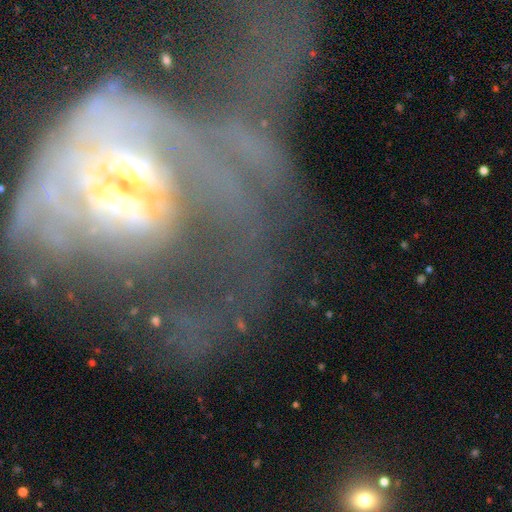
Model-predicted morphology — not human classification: This appears to be a featured or disk galaxy (69%) with no bar (59%), spiral arms (55%) and a moderate central bulge (39%). Merging: major disturbance (44%).